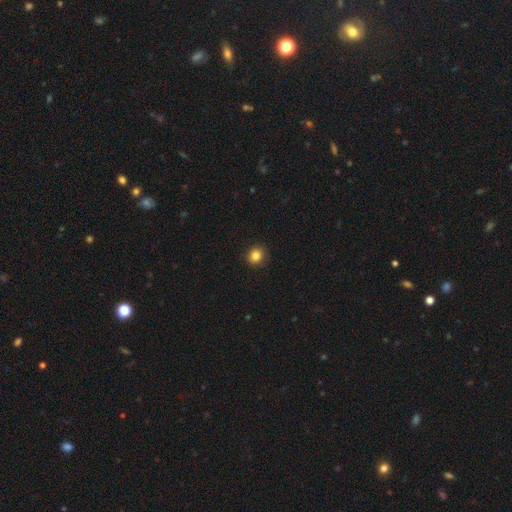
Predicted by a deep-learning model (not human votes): Smooth or featured? Predicted: smooth (p=0.84). How rounded? Predicted: round (p=0.85). Merging? Predicted: none (p=0.90).